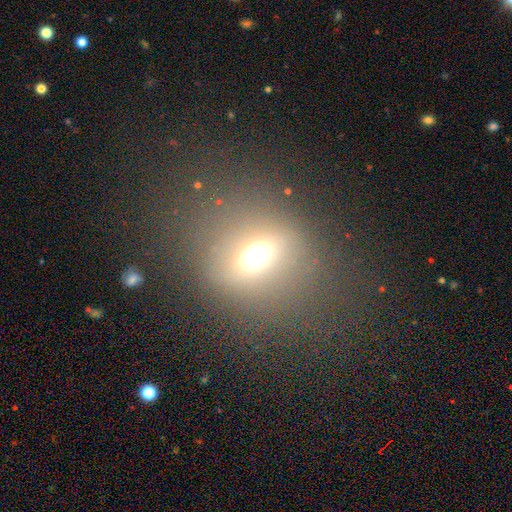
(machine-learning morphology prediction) This is possibly a smooth galaxy (59%). How rounded: possibly in between (53%). Merging: likely none (72%).